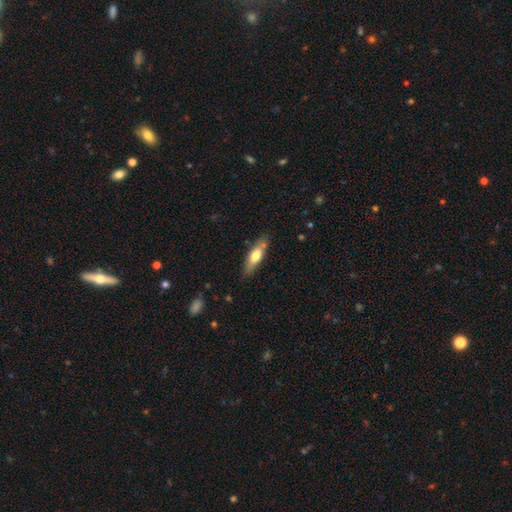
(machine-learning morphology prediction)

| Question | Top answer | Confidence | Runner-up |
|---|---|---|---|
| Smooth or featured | smooth | 63% | featured or disk (31%) |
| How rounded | cigar-shaped | 56% | in between (42%) |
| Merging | none | 79% | minor disturbance (15%) |